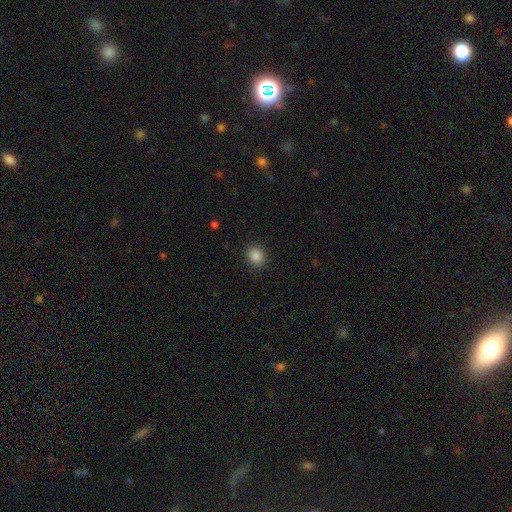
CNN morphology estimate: The model was most divided on "how rounded": round: 65%, in between: 34%, cigar-shaped: 1%. More confident: merging — none (89%); smooth or featured — smooth (87%).